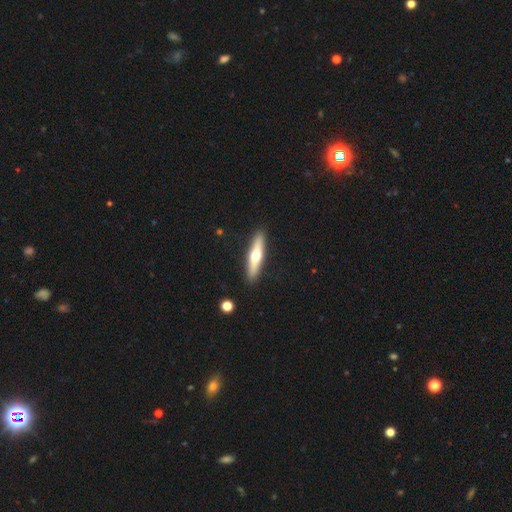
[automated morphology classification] This appears to be a smooth galaxy with no disk features (49%). Merging: none (90%).